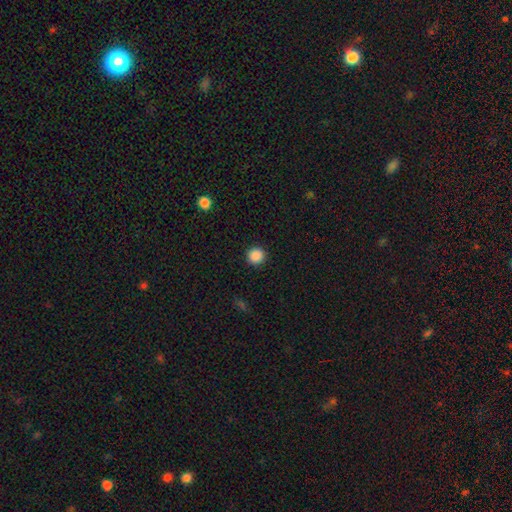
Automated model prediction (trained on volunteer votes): Q: Smooth or featured?
A: smooth (88%); runner-up: star or artifact (10%)
Q: How rounded?
A: round (95%); runner-up: in between (4%)
Q: Merging?
A: none (93%); runner-up: minor disturbance (4%)